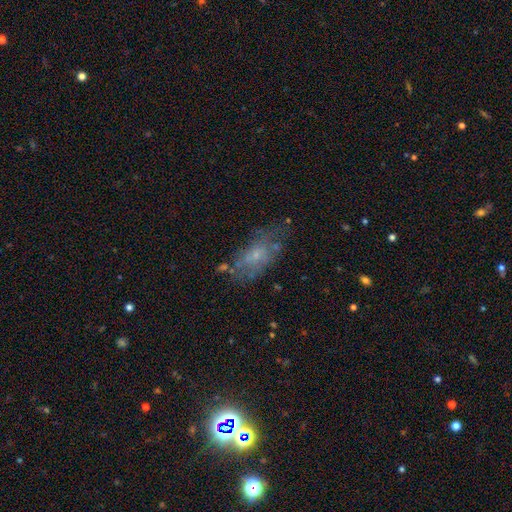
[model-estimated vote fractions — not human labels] Smooth or featured: smooth — 47% (featured or disk — 42%)
Merging: none — 52% (minor disturbance — 26%)